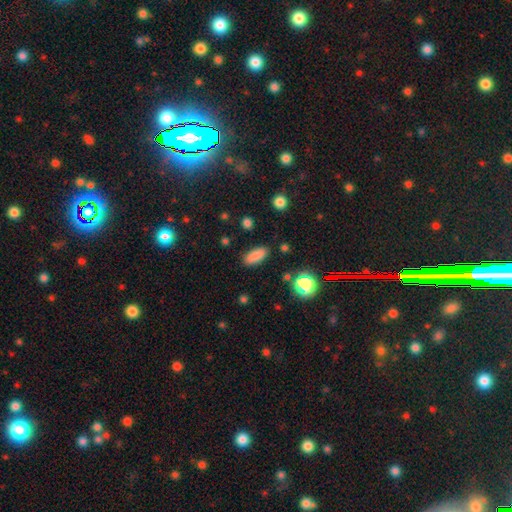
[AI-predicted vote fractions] The model was most divided on "how rounded": in between: 79%, cigar-shaped: 17%, round: 3%. More confident: merging — none (87%); smooth or featured — smooth (85%).